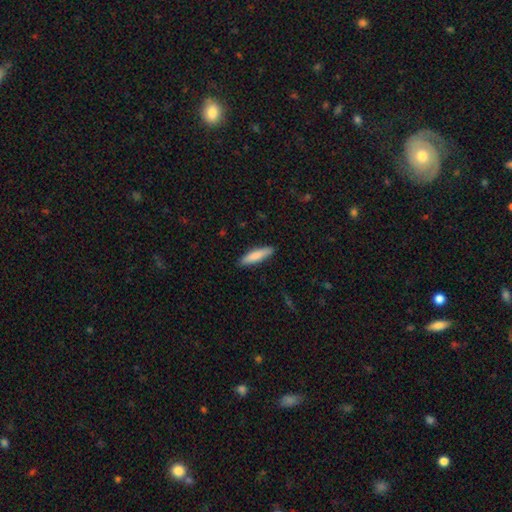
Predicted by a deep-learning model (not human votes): Smooth or featured?
  - smooth: 82% *
  - featured or disk: 12%
  - star or artifact: 5%
How rounded?
  - cigar-shaped: 75% *
  - in between: 24%
  - round: 1%
Merging?
  - none: 88% *
  - minor disturbance: 9%
  - major disturbance: 2%
  - merger: 1%